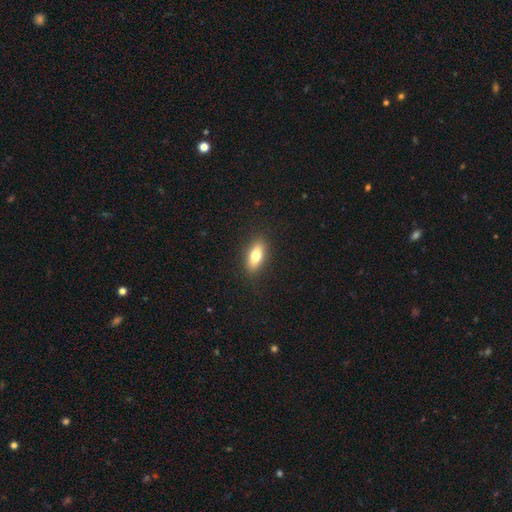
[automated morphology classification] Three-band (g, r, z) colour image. It shows a smooth galaxy with no disk features (74%) that is in between round and cigar-shaped (77%). Merging: none (88%).